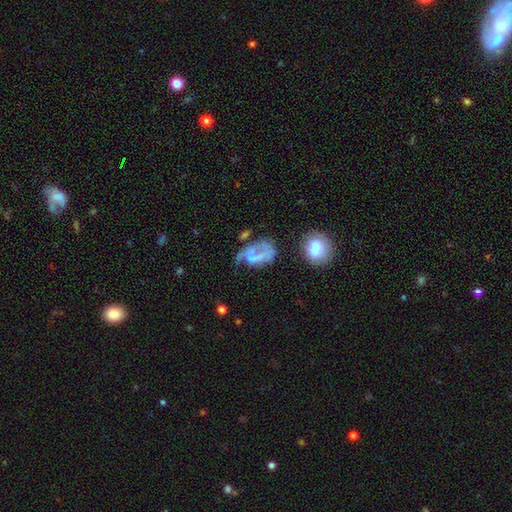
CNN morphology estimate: Smooth or featured? Predicted: featured or disk (p=0.53). Edge-on disk? Predicted: no (p=0.97). Bar? Predicted: no (p=0.65). Spiral arms? Predicted: no (p=0.61). Bulge size? Predicted: none (p=0.67). Merging? Predicted: major disturbance (p=0.44).